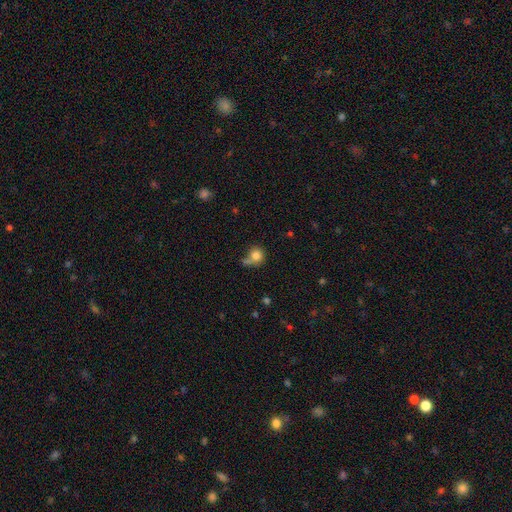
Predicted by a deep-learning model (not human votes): Smooth or featured: smooth — 80% (featured or disk — 10%)
How rounded: round — 84% (in between — 15%)
Merging: none — 46% (merger — 20%)